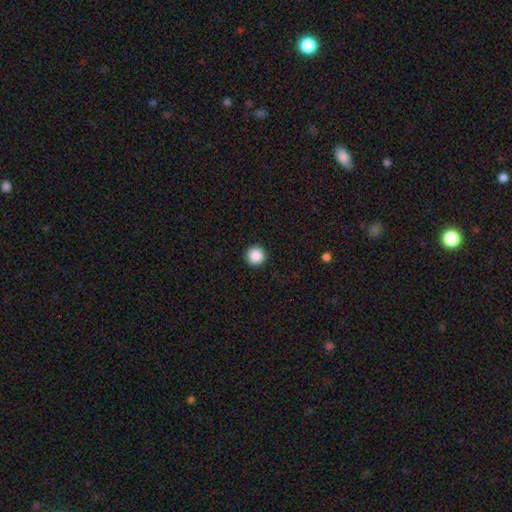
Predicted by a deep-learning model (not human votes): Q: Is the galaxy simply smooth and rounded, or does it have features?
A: smooth — 88%.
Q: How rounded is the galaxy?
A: round — 97%.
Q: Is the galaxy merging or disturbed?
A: none — 94%.